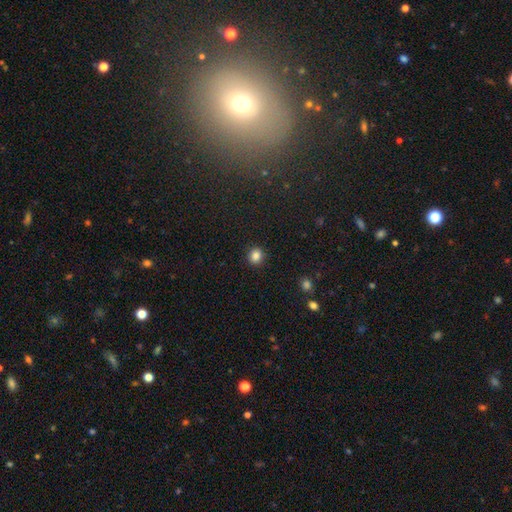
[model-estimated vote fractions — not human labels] A smooth galaxy with no disk features (86%) that is round (86%). Merging: none (91%).